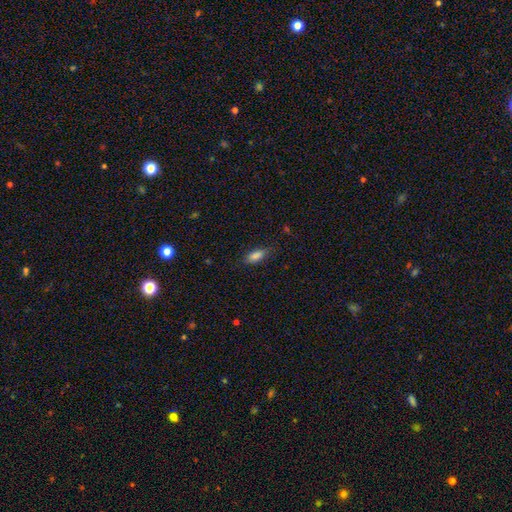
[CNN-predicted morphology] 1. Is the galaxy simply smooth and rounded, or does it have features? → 84% smooth, 8% featured or disk, 8% star or artifact.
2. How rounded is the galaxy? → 75% in between, 22% cigar-shaped, 3% round.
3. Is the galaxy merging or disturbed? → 77% none, 17% minor disturbance, 4% major disturbance, 1% merger.